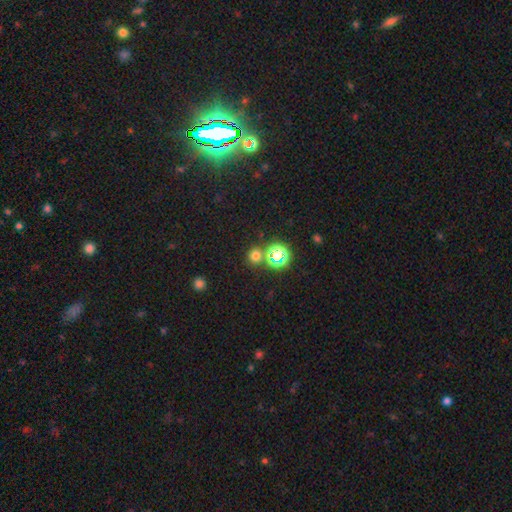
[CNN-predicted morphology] Smooth or featured? smooth (64%)
How rounded? round (90%)
Merging? none (78%)